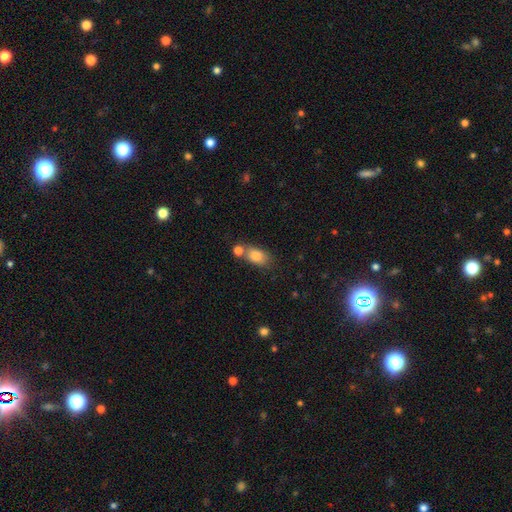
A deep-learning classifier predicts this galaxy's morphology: The model was most divided on "merging": none: 52%, merger: 28%, minor disturbance: 15%, major disturbance: 5%. More confident: smooth or featured — smooth (82%); how rounded — in between (82%).